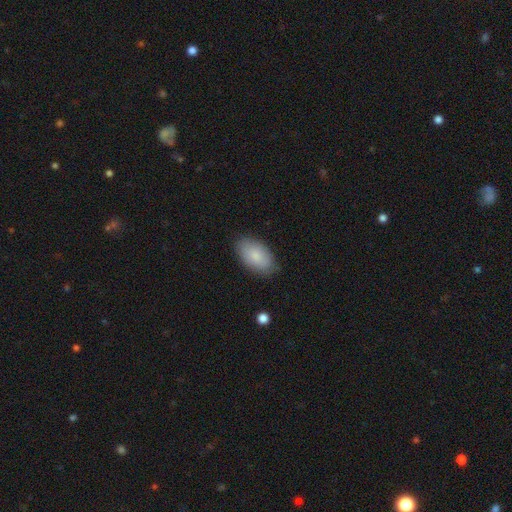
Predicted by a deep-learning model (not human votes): A smooth galaxy with no disk features (84%) that is in between round and cigar-shaped (94%). Merging: none (84%).